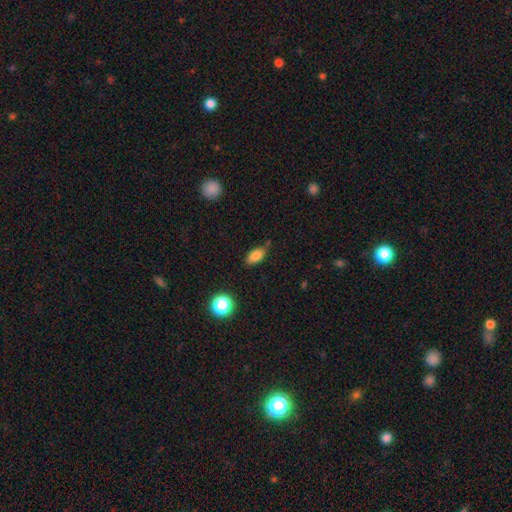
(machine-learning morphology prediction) Smooth or featured? smooth (83%)
How rounded? in between (87%)
Merging? none (71%)